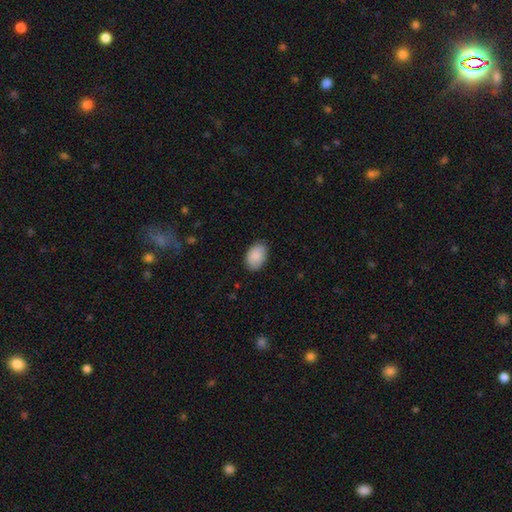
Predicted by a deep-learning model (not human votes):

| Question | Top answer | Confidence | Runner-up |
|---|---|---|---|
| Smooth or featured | smooth | 88% | star or artifact (6%) |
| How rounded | in between | 88% | round (11%) |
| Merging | none | 84% | minor disturbance (12%) |